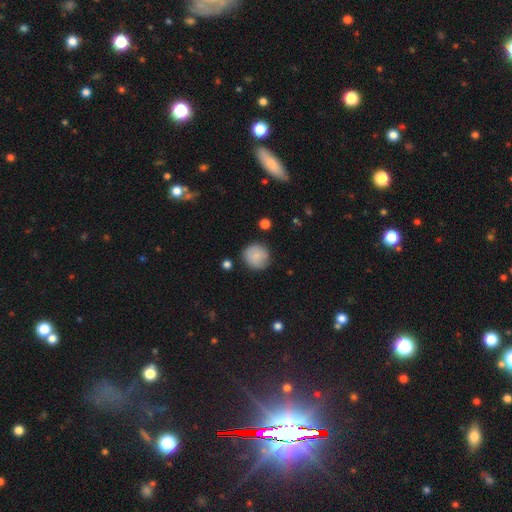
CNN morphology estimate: Smooth or featured?
  - smooth: 80% *
  - featured or disk: 12%
  - star or artifact: 8%
How rounded?
  - round: 91% *
  - in between: 8%
  - cigar-shaped: 1%
Merging?
  - none: 78% *
  - minor disturbance: 16%
  - major disturbance: 4%
  - merger: 2%